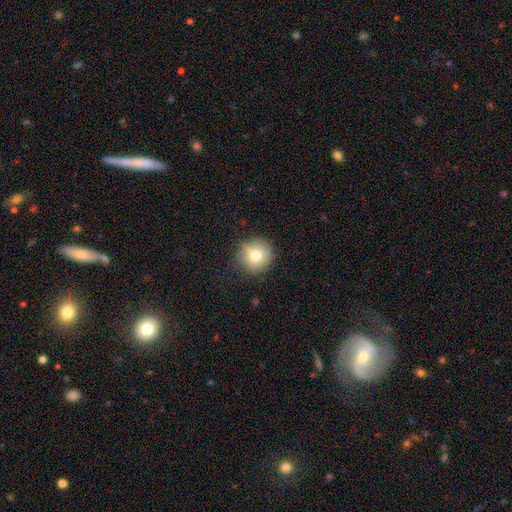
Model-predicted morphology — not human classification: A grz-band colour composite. It shows a smooth galaxy with no disk features (77%) that is round (92%). Merging: none (78%).